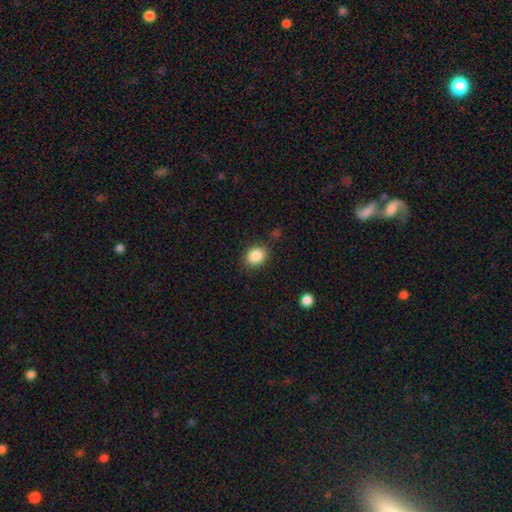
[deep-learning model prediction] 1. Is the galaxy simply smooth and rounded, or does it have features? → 87% smooth, 9% star or artifact, 5% featured or disk.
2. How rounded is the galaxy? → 54% in between, 45% round, 1% cigar-shaped.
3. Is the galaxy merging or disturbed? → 82% none, 12% minor disturbance, 3% major disturbance, 3% merger.